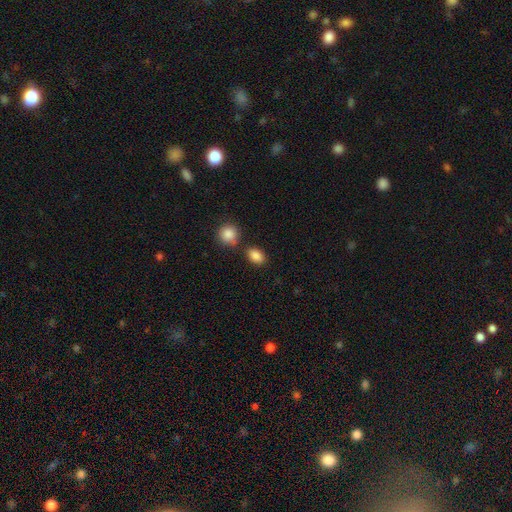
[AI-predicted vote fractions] A smooth galaxy with no disk features (87%) that is in between round and cigar-shaped (79%).

Vote fractions:
- Smooth or featured? smooth: 87% / star or artifact: 9% / featured or disk: 5%
- How rounded? in between: 79% / round: 19% / cigar-shaped: 2%
- Merging? none: 76% / minor disturbance: 10% / merger: 10% / major disturbance: 3%